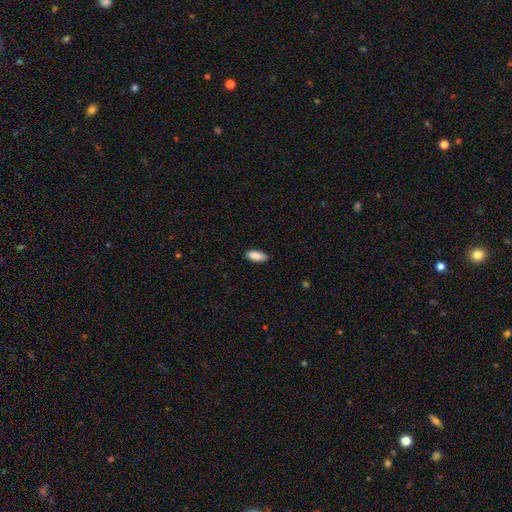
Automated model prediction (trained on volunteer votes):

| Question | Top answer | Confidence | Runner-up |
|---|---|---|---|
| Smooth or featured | smooth | 89% | star or artifact (6%) |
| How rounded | in between | 89% | cigar-shaped (9%) |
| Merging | none | 86% | minor disturbance (11%) |